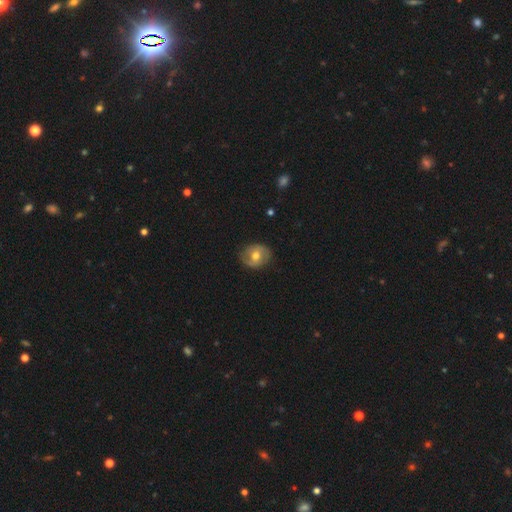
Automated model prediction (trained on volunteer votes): Smooth or featured? Predicted: featured or disk (p=0.53). Edge-on disk? Predicted: no (p=0.96). Bar? Predicted: no (p=0.58). Spiral arms? Predicted: yes (p=0.71). Bulge size? Predicted: moderate (p=0.77). Merging? Predicted: none (p=0.81).